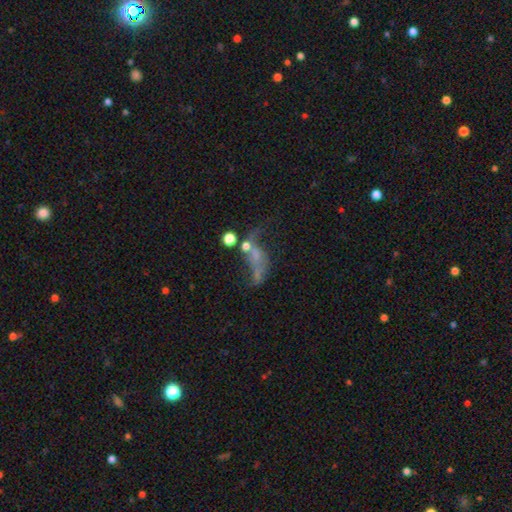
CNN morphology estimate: A featured or disk galaxy (57%) with no bar (69%), spiral arms (52%) and no central bulge (58%). Merging: major disturbance (35%).